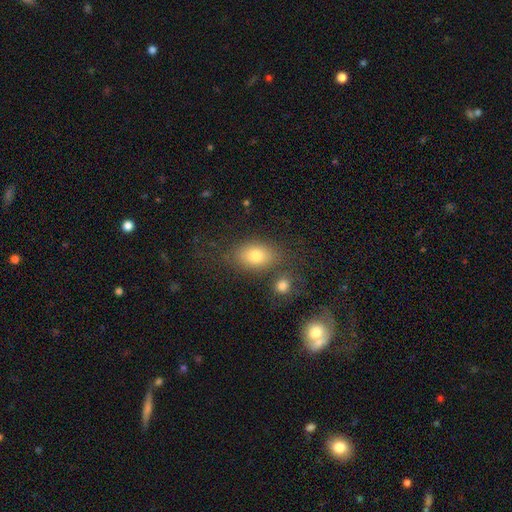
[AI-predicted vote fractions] This appears to be a smooth galaxy with no disk features (77%) that is in between round and cigar-shaped (80%). Merging: none (68%).